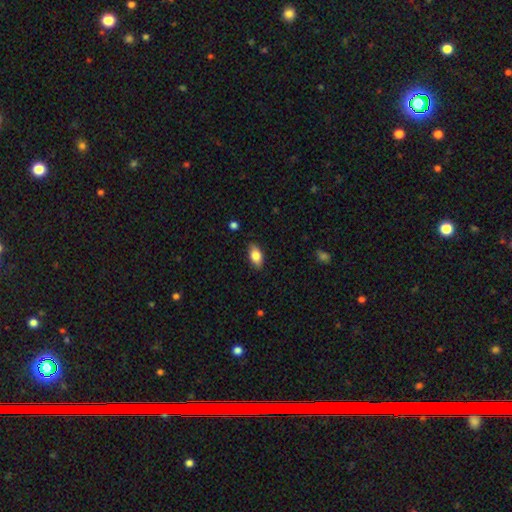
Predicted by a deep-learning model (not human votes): This is clearly a smooth galaxy (81%). How rounded: clearly in between (90%). Merging: clearly none (86%).